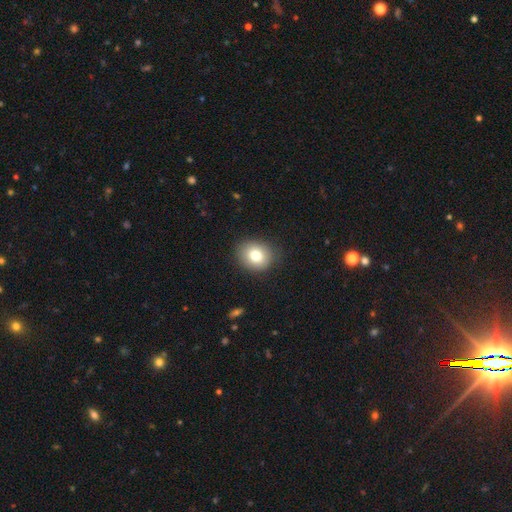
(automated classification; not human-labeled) A smooth galaxy with no disk features (79%) that is round (66%). Merging: none (86%).